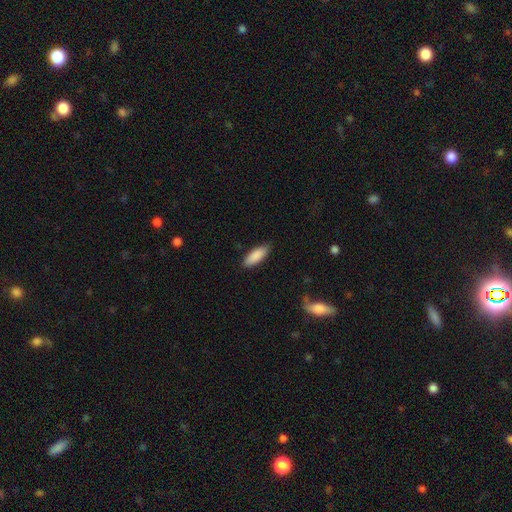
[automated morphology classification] smooth-or-featured: smooth: 89% | featured or disk: 6% | star or artifact: 6%
  how-rounded: in between: 69% | cigar-shaped: 29% | round: 2%
  merging: none: 85% | minor disturbance: 12% | major disturbance: 2% | merger: 1%